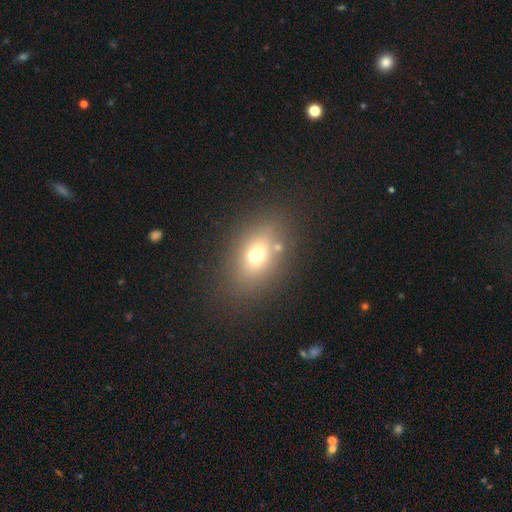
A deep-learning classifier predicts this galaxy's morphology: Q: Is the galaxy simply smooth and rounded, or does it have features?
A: smooth — 65%.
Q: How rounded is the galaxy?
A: in between — 64%.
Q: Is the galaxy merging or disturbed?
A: none — 74%.